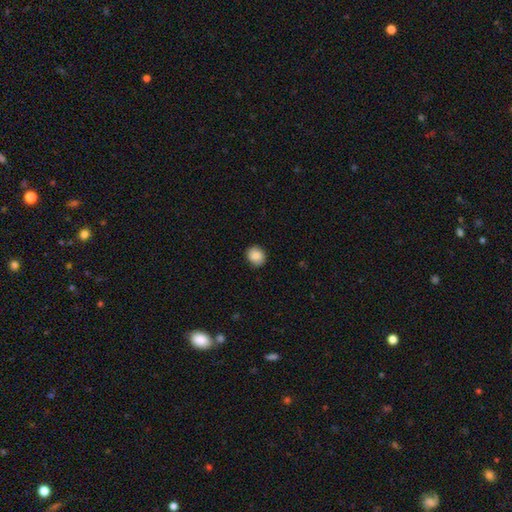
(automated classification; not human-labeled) A smooth galaxy with no disk features (86%) that is round (76%).

Vote fractions:
- Smooth or featured? smooth: 86% / star or artifact: 8% / featured or disk: 6%
- How rounded? round: 76% / in between: 23% / cigar-shaped: 1%
- Merging? none: 87% / minor disturbance: 10% / major disturbance: 2% / merger: 1%